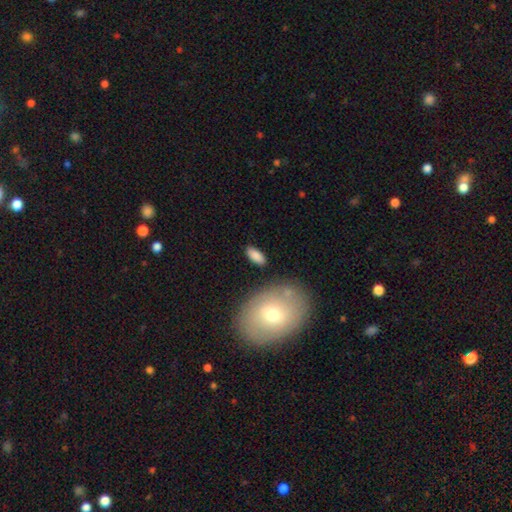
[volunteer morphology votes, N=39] Volunteers were most divided on "merging": none: 78%, minor disturbance: 14%, merger: 5%, major disturbance: 3%. More confident: smooth or featured — smooth (95%); how rounded — in between (86%).